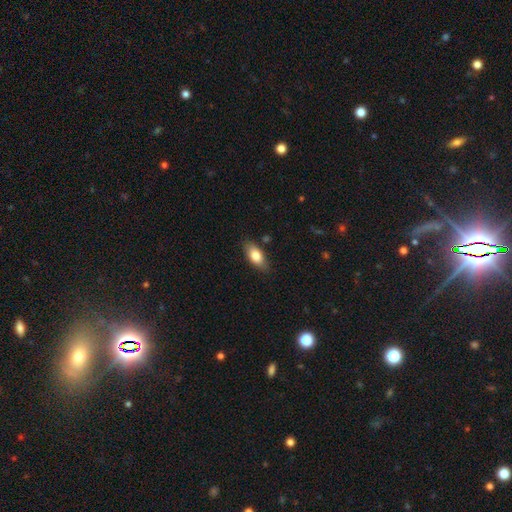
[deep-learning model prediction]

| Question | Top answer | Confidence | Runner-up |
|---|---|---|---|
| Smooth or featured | smooth | 79% | featured or disk (15%) |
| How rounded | in between | 86% | cigar-shaped (11%) |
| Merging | none | 82% | minor disturbance (14%) |